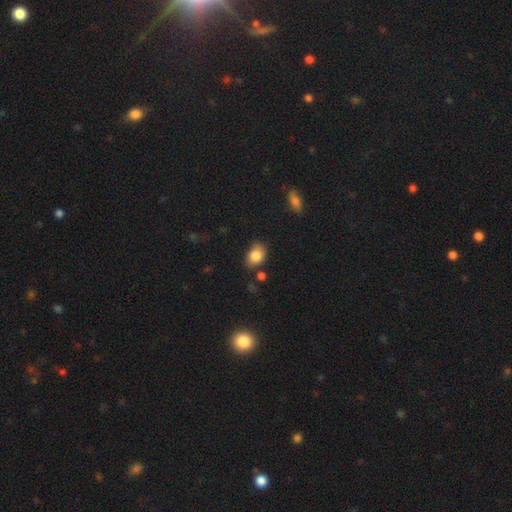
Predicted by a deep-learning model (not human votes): Smooth or featured? smooth (83%)
How rounded? in between (71%)
Merging? none (66%)